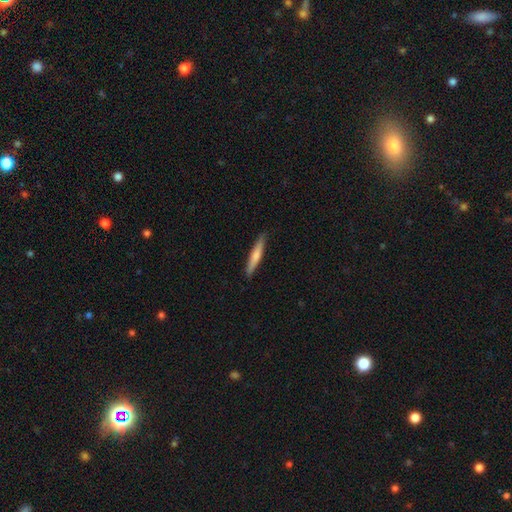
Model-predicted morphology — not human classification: type=smooth (65%); roundness=cigar-shaped (92%); merging=none (88%).